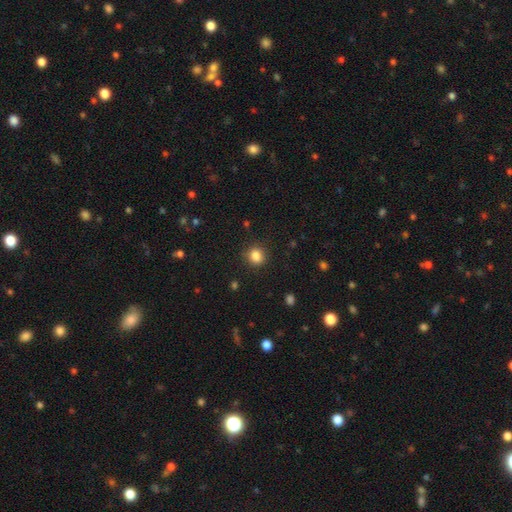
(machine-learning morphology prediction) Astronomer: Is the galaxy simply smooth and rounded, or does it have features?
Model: smooth — 85%.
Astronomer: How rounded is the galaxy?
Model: round — 81%.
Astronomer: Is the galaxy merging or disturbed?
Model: none — 86%.